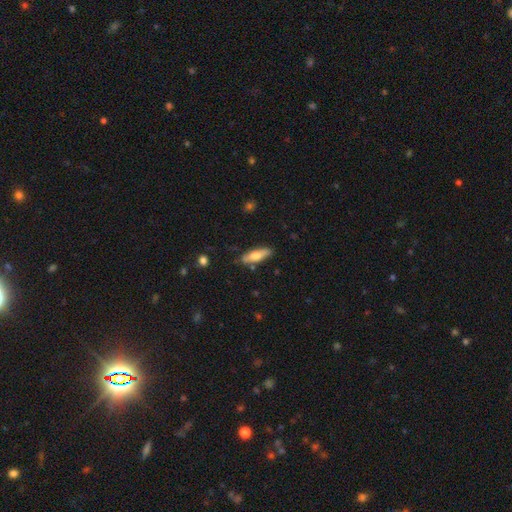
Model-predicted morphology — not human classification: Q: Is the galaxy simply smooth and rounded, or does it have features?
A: smooth — 69%.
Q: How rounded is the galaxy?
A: cigar-shaped — 51%.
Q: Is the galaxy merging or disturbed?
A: none — 78%.